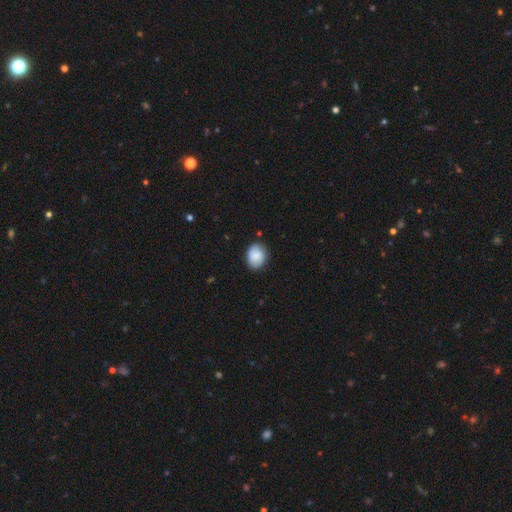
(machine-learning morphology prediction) Smooth or featured?
  - smooth: 85% *
  - featured or disk: 8%
  - star or artifact: 7%
How rounded?
  - in between: 56% *
  - round: 43%
  - cigar-shaped: 1%
Merging?
  - none: 83% *
  - minor disturbance: 13%
  - major disturbance: 2%
  - merger: 1%